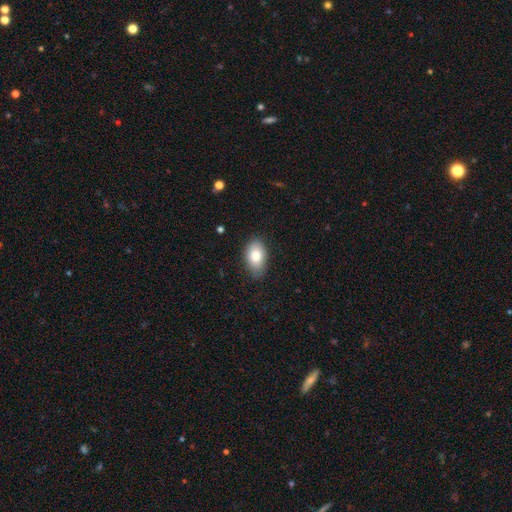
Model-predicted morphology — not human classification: Smooth or featured? smooth (82%)
How rounded? in between (91%)
Merging? none (82%)